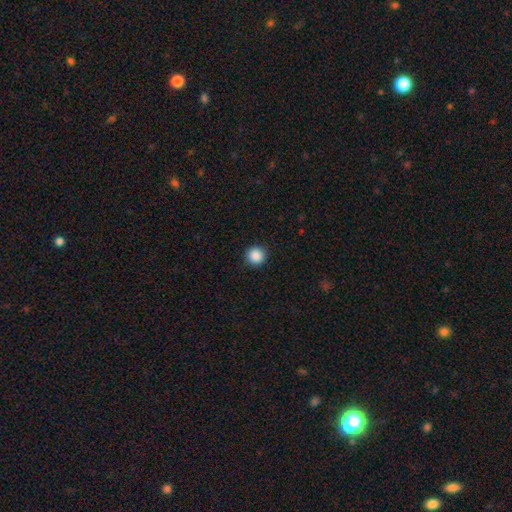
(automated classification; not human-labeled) A smooth galaxy with no disk features (88%) that is round (95%). Merging: none (92%).